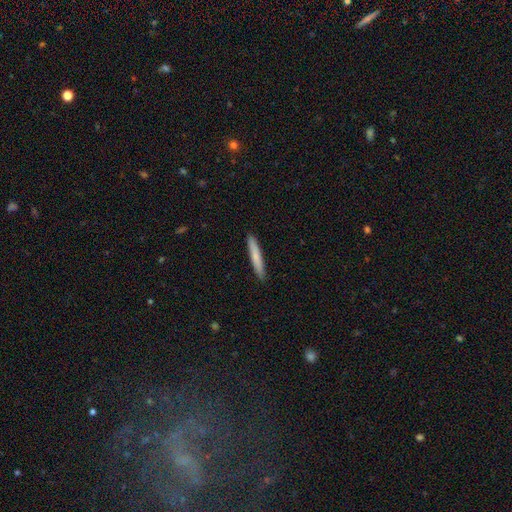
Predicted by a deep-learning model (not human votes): A smooth galaxy with no disk features (73%) that is cigar-shaped (95%).

Vote fractions:
- Smooth or featured? smooth: 73% / featured or disk: 21% / star or artifact: 5%
- How rounded? cigar-shaped: 95% / in between: 4% / round: 1%
- Merging? none: 91% / minor disturbance: 6% / major disturbance: 1% / merger: 1%